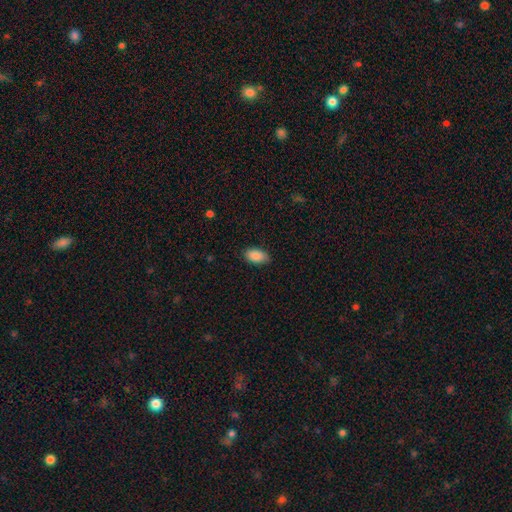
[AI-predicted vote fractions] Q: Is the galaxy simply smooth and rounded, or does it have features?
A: smooth — 89%.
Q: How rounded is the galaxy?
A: in between — 94%.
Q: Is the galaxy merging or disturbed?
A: none — 86%.